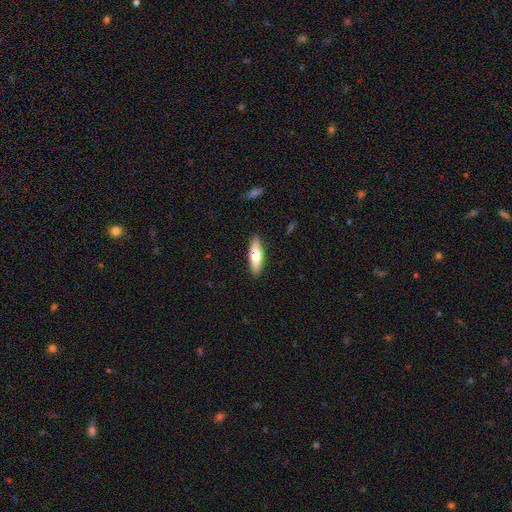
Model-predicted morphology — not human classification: smooth 64%, featured or disk 30%, star or artifact 6%. Down the decision tree: how rounded — cigar-shaped (55%); merging — none (89%).